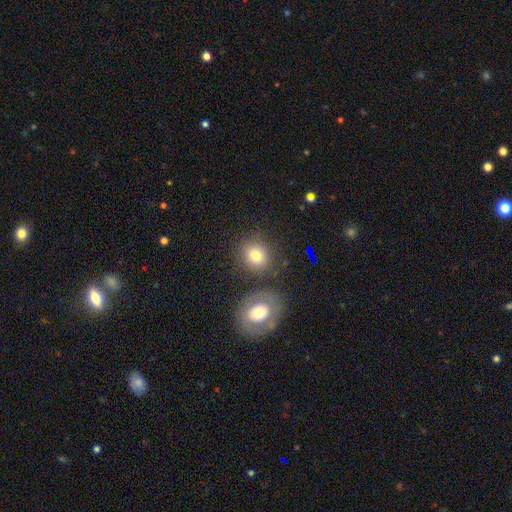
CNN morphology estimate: Overall: smooth (76%). How rounded: round (79%). Merging: none (74%).